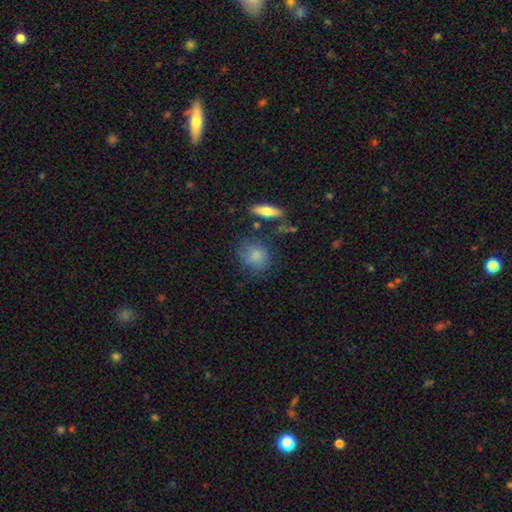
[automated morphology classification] type=smooth (81%); roundness=round (62%); merging=none (67%).